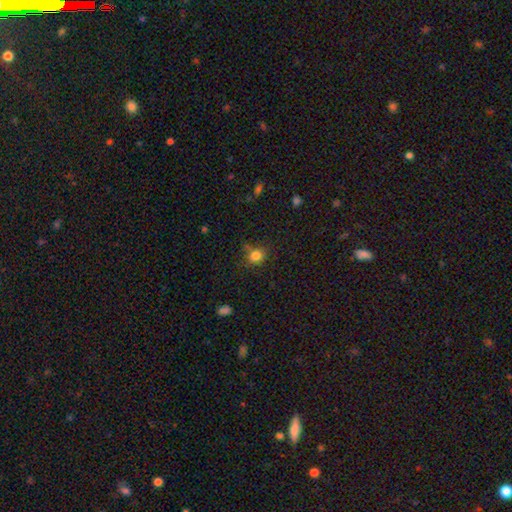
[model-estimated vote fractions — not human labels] smooth_or_featured: smooth (p=0.82) [alt: star or artifact p=0.12]
how_rounded: round (p=0.73) [alt: in between p=0.26]
merging: none (p=0.75) [alt: minor disturbance p=0.15]